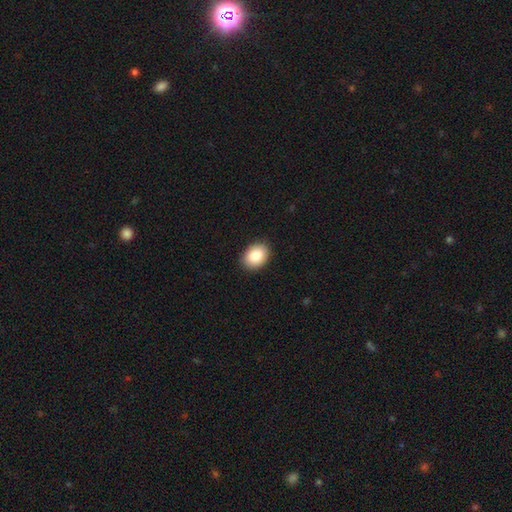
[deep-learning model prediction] smooth 87%, star or artifact 7%, featured or disk 6%. Down the decision tree: how rounded — in between (74%); merging — none (90%).